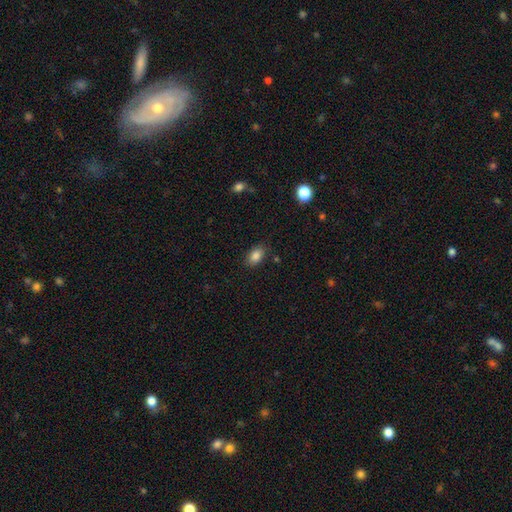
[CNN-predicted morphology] Smooth or featured: smooth — 85% (star or artifact — 9%)
How rounded: in between — 88% (round — 10%)
Merging: none — 83% (minor disturbance — 13%)